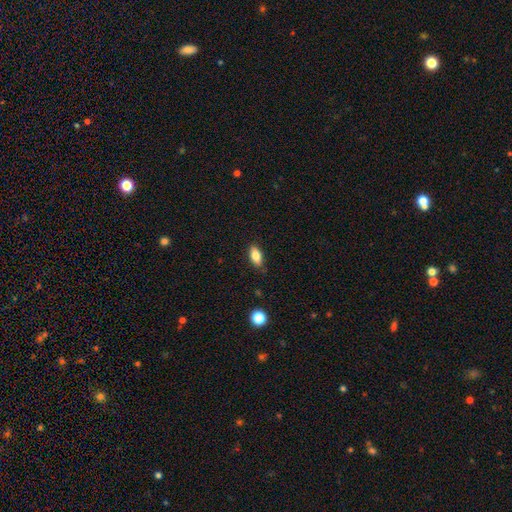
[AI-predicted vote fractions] Morphology: type=smooth (82%); roundness=in between (86%); merging=none (82%).